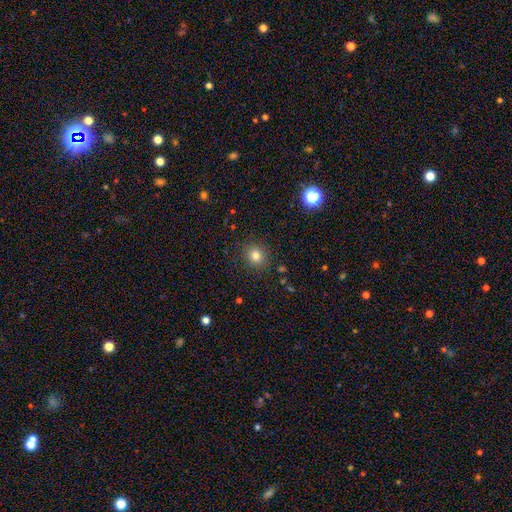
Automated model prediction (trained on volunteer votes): smooth_or_featured: smooth (p=0.80) [alt: star or artifact p=0.14]
how_rounded: round (p=0.84) [alt: in between p=0.15]
merging: none (p=0.89) [alt: minor disturbance p=0.08]